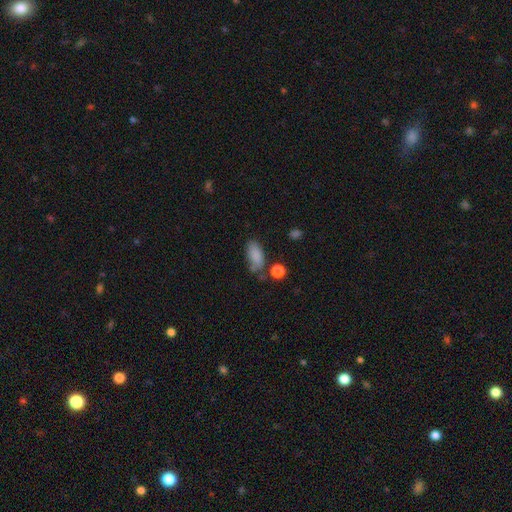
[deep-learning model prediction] smooth_or_featured: smooth (p=0.84) [alt: star or artifact p=0.08]
how_rounded: in between (p=0.89) [alt: cigar-shaped p=0.07]
merging: none (p=0.62) [alt: minor disturbance p=0.22]